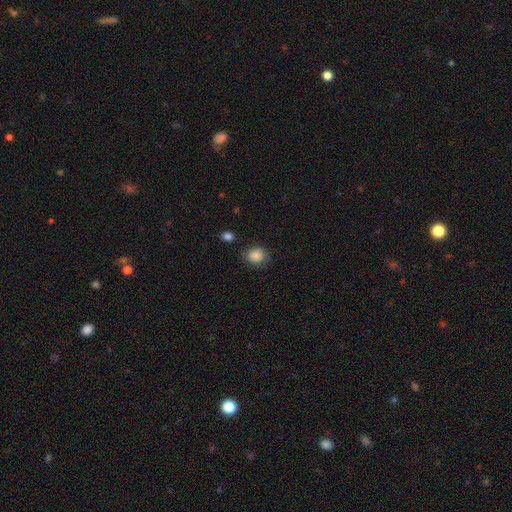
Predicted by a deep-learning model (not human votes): A smooth galaxy with no disk features (87%) that is round (66%).

Vote fractions:
- Smooth or featured? smooth: 87% / star or artifact: 8% / featured or disk: 5%
- How rounded? round: 66% / in between: 33% / cigar-shaped: 1%
- Merging? none: 73% / minor disturbance: 19% / major disturbance: 5% / merger: 3%